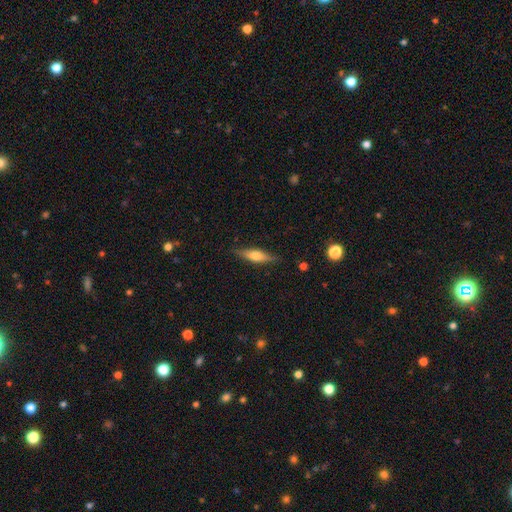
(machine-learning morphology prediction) type=featured or disk (52%); edge-on=yes (94%); merging=none (85%).